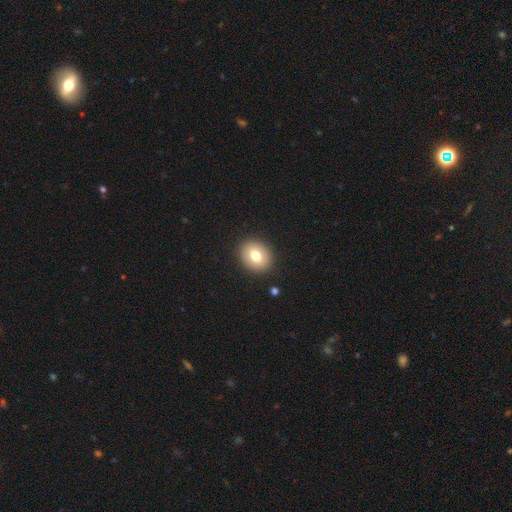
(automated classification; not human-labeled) smooth 75%, featured or disk 16%, star or artifact 9%. Down the decision tree: how rounded — round (62%); merging — none (90%).